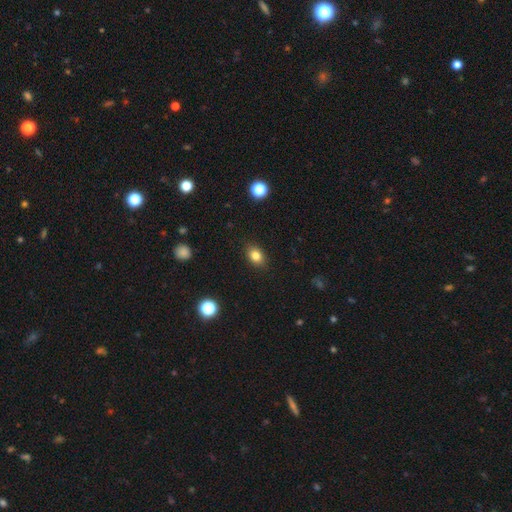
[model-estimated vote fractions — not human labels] Smooth or featured?
  - smooth: 82% *
  - star or artifact: 11%
  - featured or disk: 7%
How rounded?
  - in between: 70% *
  - round: 28%
  - cigar-shaped: 1%
Merging?
  - none: 88% *
  - minor disturbance: 9%
  - major disturbance: 2%
  - merger: 1%